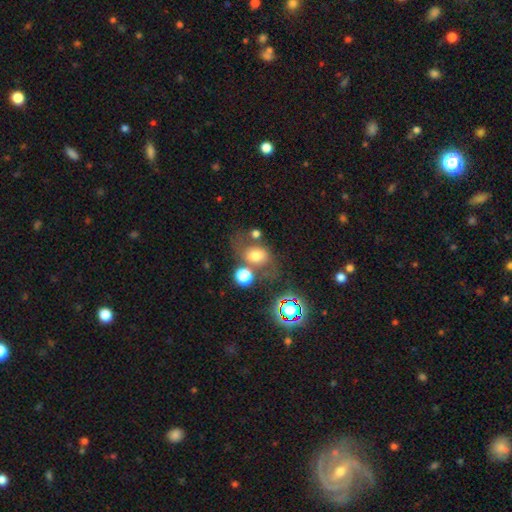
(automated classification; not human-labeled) Overall: smooth (60%; featured or disk 23%). How rounded: in between (58%; round 41%). Merging: none (48%; merger 20%).